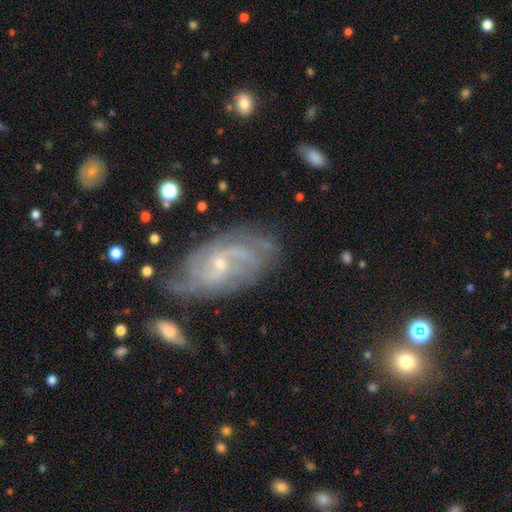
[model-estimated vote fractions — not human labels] Q: Smooth or featured?
A: featured or disk (85%); runner-up: smooth (8%)
Q: Edge-on disk?
A: no (95%); runner-up: yes (5%)
Q: Bar?
A: no (52%); runner-up: weak (39%)
Q: Spiral arms?
A: yes (95%); runner-up: no (5%)
Q: Spiral winding?
A: medium (44%); runner-up: tight (40%)
Q: Spiral arm count?
A: 2 (36%); runner-up: can't tell (26%)
Q: Bulge size?
A: small (79%); runner-up: moderate (17%)
Q: Merging?
A: none (69%); runner-up: minor disturbance (19%)